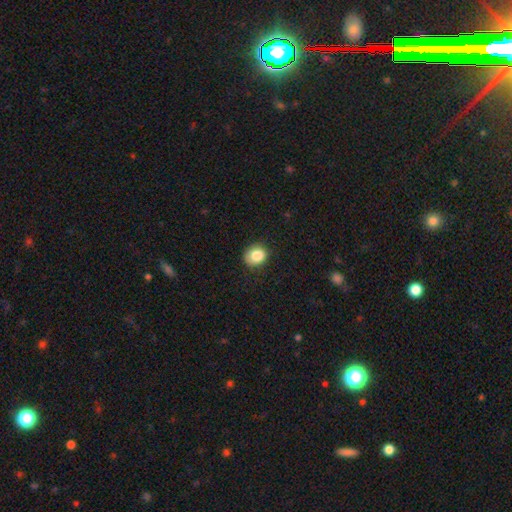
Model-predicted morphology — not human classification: Smooth or featured: smooth — 85% (star or artifact — 9%)
How rounded: round — 66% (in between — 33%)
Merging: none — 76% (minor disturbance — 19%)